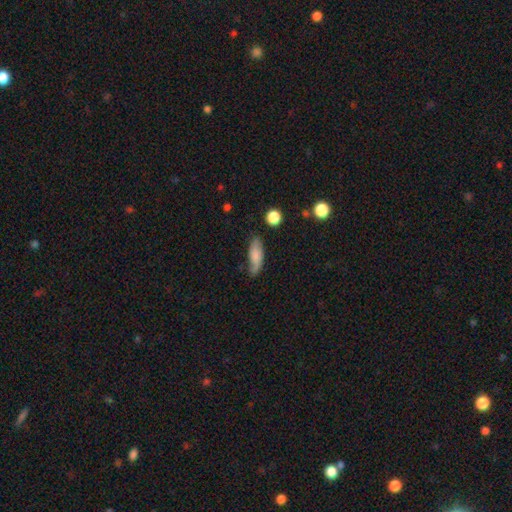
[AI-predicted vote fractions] This appears to be a smooth galaxy with no disk features (65%) that is in between round and cigar-shaped (69%). Merging: none (64%).